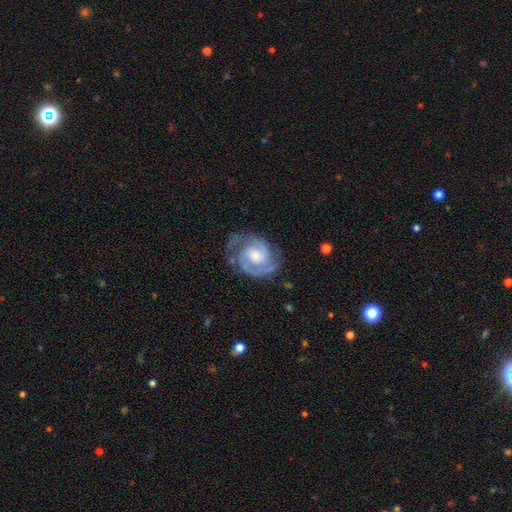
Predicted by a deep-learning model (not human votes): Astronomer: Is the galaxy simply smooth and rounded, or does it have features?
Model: featured or disk — 90%.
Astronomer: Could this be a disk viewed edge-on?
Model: no — 98%.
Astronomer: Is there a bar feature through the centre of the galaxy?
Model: no — 52% (runner-up: weak, 39%).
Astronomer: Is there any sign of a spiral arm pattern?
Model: yes — 98%.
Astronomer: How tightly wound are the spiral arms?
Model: tight — 53% (runner-up: medium, 41%).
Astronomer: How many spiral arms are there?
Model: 2 — 85%.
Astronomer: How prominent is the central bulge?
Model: moderate — 53%.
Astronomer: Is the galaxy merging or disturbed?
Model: none — 74%.